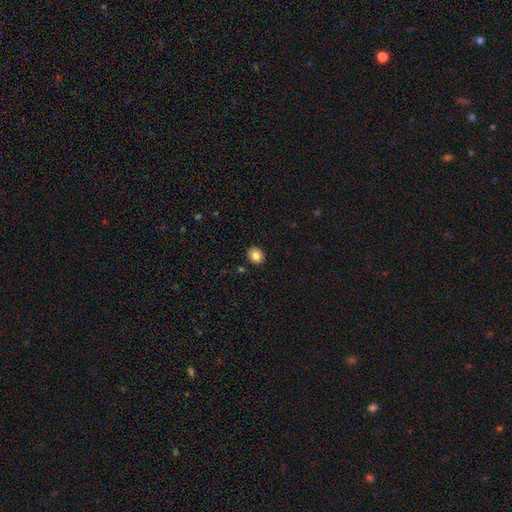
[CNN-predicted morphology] smooth-or-featured: smooth: 85% | star or artifact: 9% | featured or disk: 6%
  how-rounded: round: 65% | in between: 34% | cigar-shaped: 1%
  merging: none: 89% | minor disturbance: 7% | merger: 2% | major disturbance: 2%